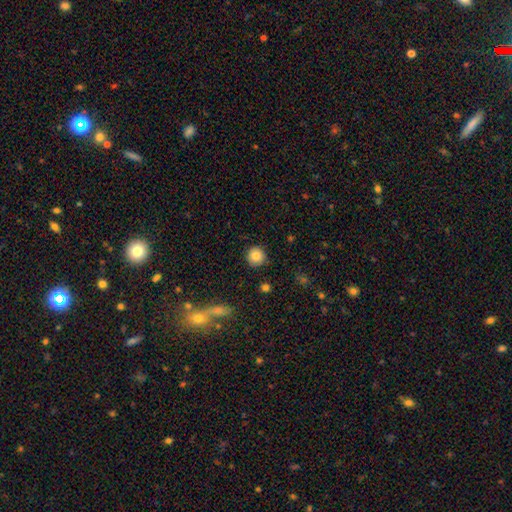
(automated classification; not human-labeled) This is clearly a smooth galaxy (85%). How rounded: clearly round (93%). Merging: clearly none (90%).